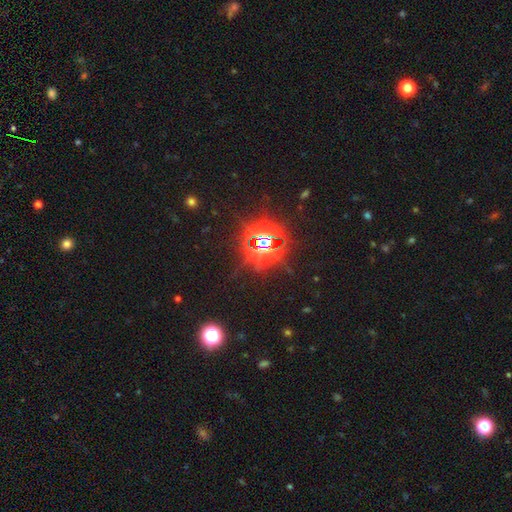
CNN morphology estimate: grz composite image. It shows a star or artifact, not a galaxy (82%).